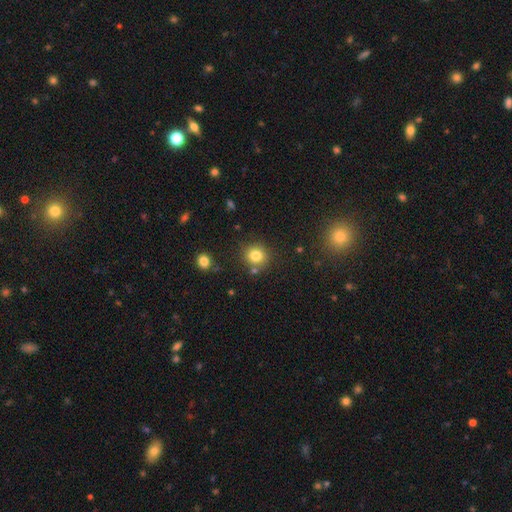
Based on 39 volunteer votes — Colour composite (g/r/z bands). It shows a smooth galaxy with no disk features (82%) that is round (94%). Merging: none (83%).